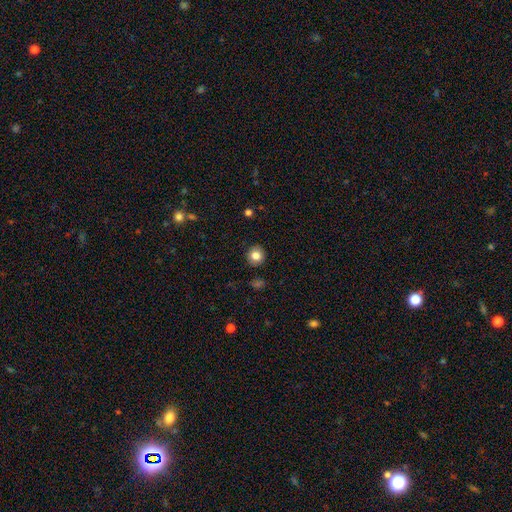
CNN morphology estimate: type=smooth (82%); roundness=round (87%); merging=none (89%).